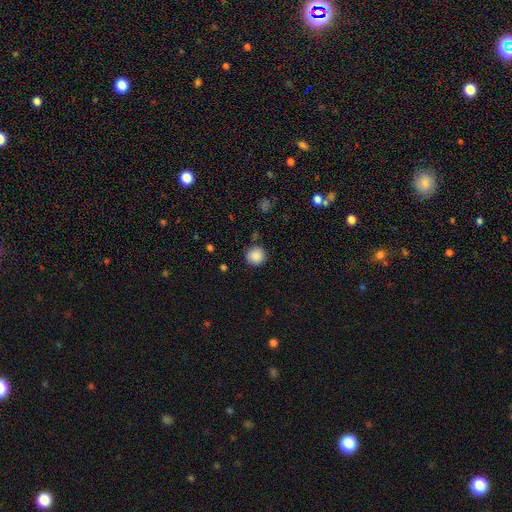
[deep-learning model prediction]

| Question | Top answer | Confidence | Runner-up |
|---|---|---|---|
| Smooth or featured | smooth | 88% | star or artifact (9%) |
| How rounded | round | 93% | in between (6%) |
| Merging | none | 88% | minor disturbance (8%) |